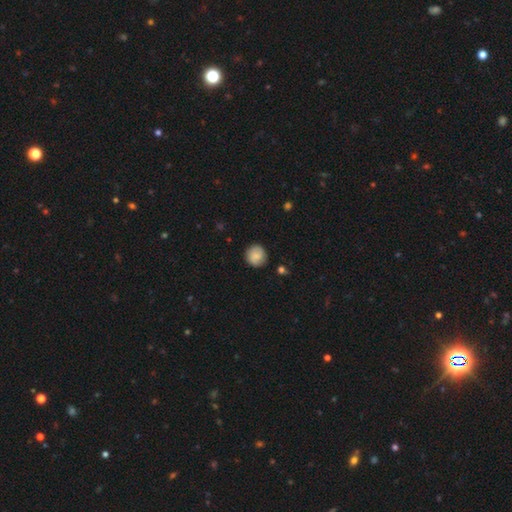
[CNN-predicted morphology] Smooth or featured? smooth (78%)
How rounded? round (91%)
Merging? none (86%)